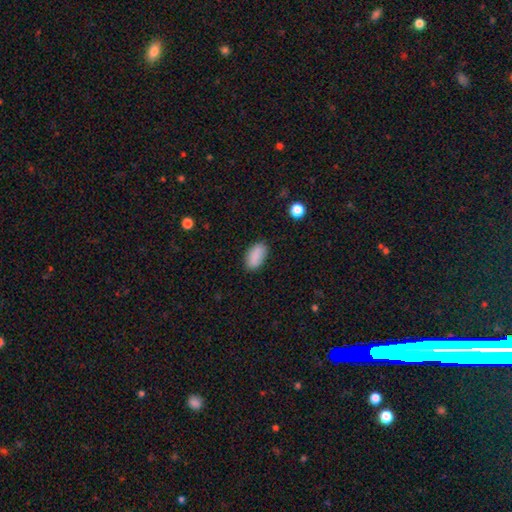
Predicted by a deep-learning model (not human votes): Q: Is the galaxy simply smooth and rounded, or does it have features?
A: smooth — 88%.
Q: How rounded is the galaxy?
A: in between — 93%.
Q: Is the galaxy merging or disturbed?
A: none — 85%.